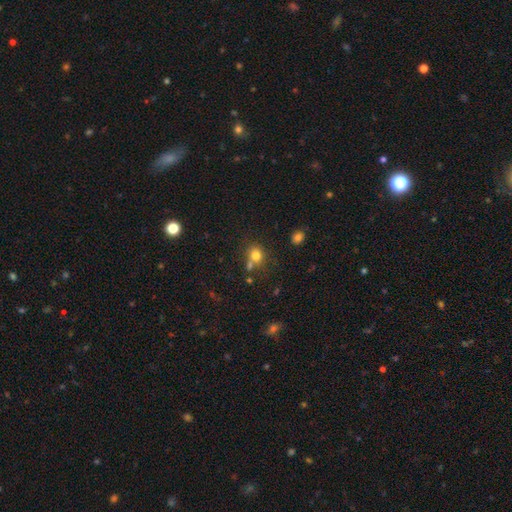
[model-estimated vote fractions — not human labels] Smooth or featured? Predicted: smooth (p=0.77). How rounded? Predicted: round (p=0.70). Merging? Predicted: none (p=0.57).